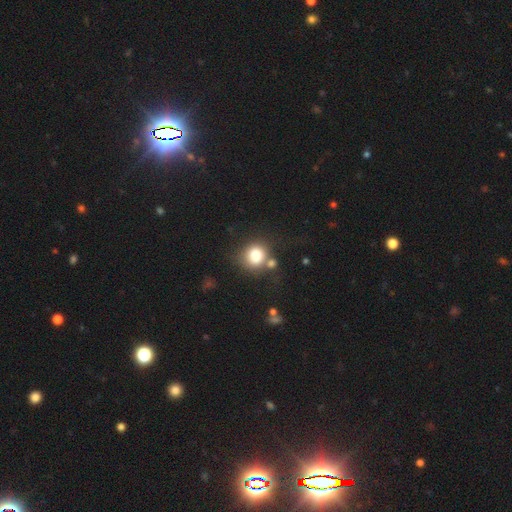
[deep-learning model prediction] Q: Smooth or featured?
A: smooth (81%); runner-up: star or artifact (11%)
Q: How rounded?
A: round (80%); runner-up: in between (19%)
Q: Merging?
A: none (56%); runner-up: merger (21%)